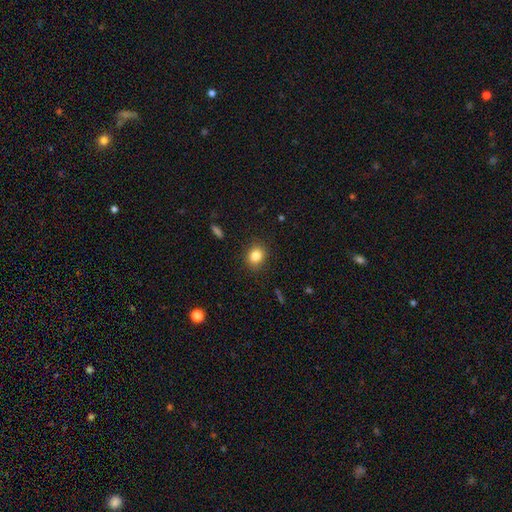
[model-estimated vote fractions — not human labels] Overall: smooth (84%). How rounded: round (66%; in between 33%). Merging: none (88%).